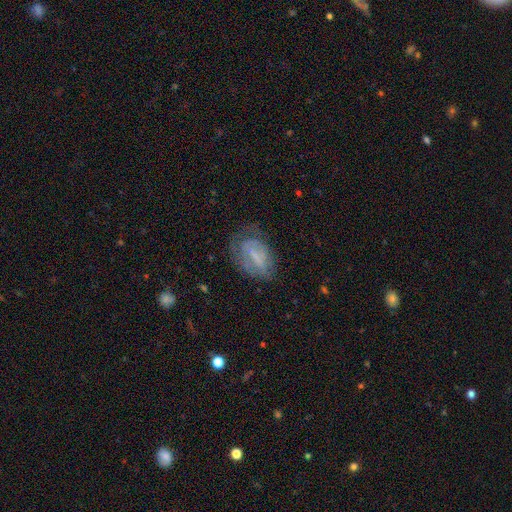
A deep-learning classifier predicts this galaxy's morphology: A featured or disk galaxy (51%). Merging: none (52%).